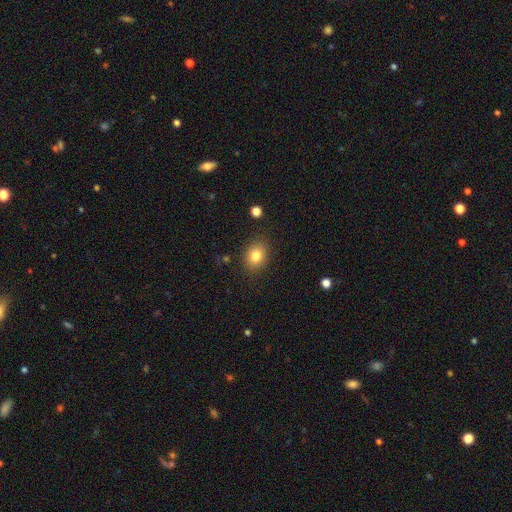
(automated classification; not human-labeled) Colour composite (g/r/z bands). It shows a smooth galaxy with no disk features (81%) that is in between round and cigar-shaped (54%). Merging: none (86%).